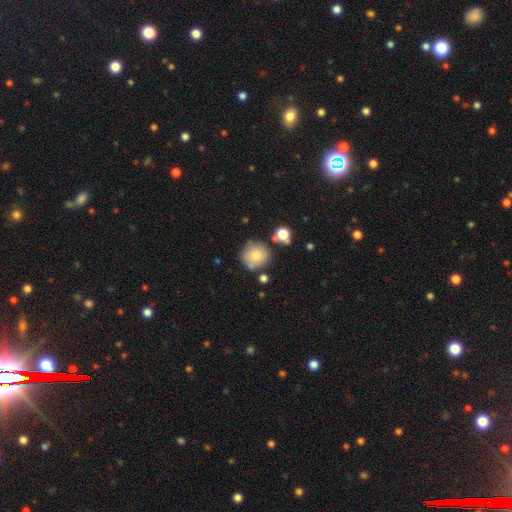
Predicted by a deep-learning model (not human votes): A smooth galaxy with no disk features (76%) that is round (93%).

Vote fractions:
- Smooth or featured? smooth: 76% / featured or disk: 14% / star or artifact: 10%
- How rounded? round: 93% / in between: 6% / cigar-shaped: 1%
- Merging? none: 71% / minor disturbance: 15% / merger: 9% / major disturbance: 4%